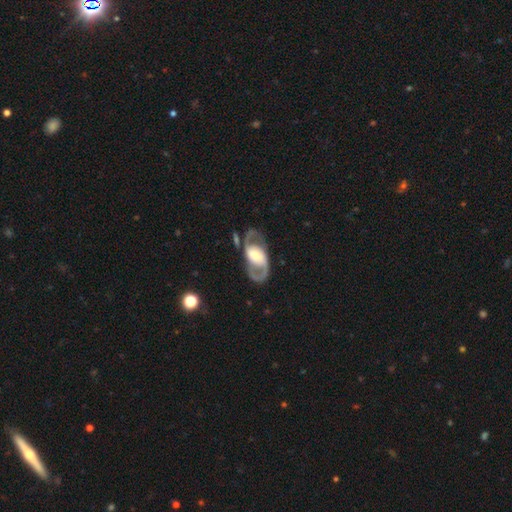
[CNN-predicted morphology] Overall: featured or disk (81%). Edge-on disk: no (94%). Bar: no (49%; weak 30%). Spiral arms: yes (83%). Spiral arm count: 2 (87%). Spiral winding: medium (51%; loose 30%). Bulge size: moderate (45%; large 26%). Merging: none (69%).